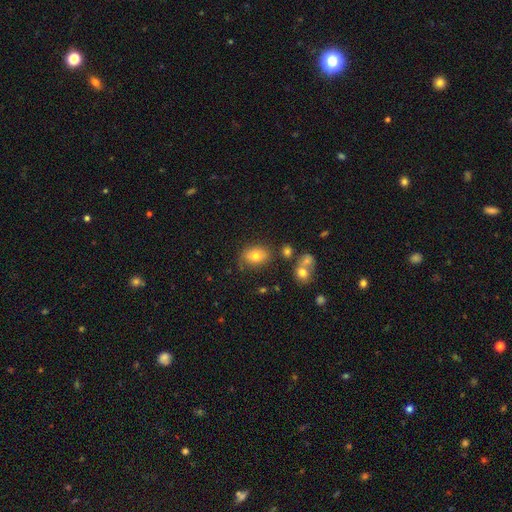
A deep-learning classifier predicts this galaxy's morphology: This is likely a smooth galaxy (76%). How rounded: likely in between (71%). Merging: likely none (73%).